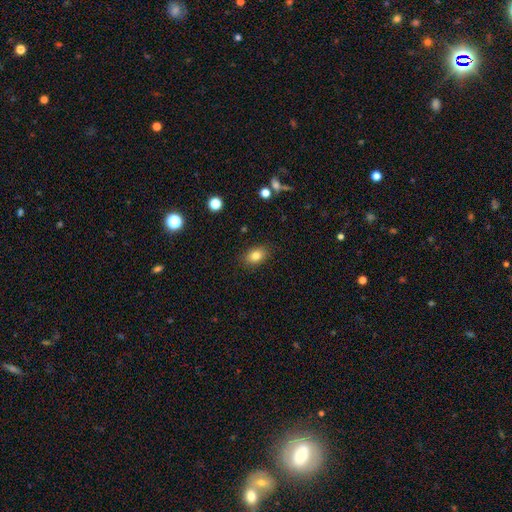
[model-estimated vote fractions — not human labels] smooth 82%, star or artifact 10%, featured or disk 8%. Down the decision tree: how rounded — in between (77%); merging — none (86%).